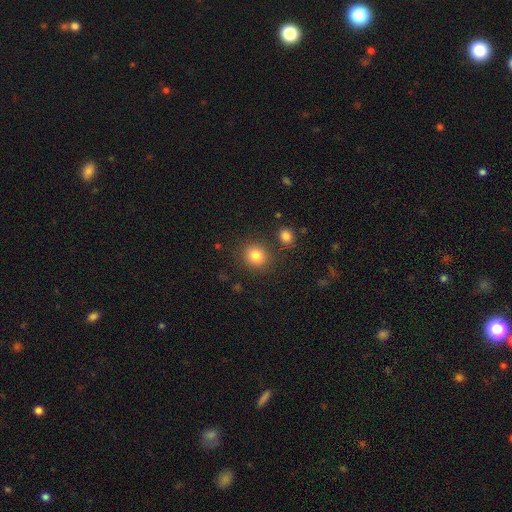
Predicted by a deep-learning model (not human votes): Overall: smooth (83%). How rounded: round (82%). Merging: none (85%).